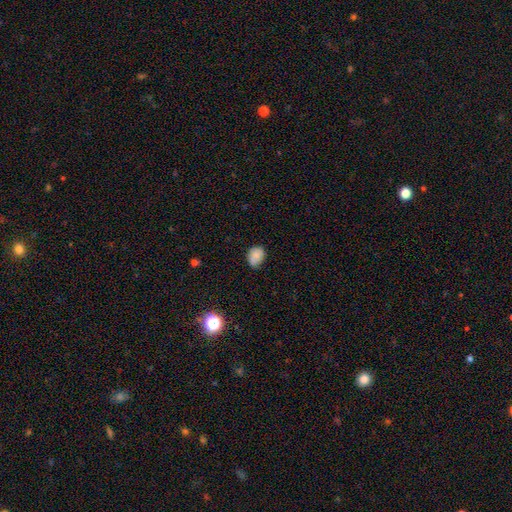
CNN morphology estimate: smooth_or_featured: smooth (p=0.78) [alt: featured or disk p=0.12]
how_rounded: in between (p=0.56) [alt: round p=0.43]
merging: none (p=0.62) [alt: minor disturbance p=0.30]